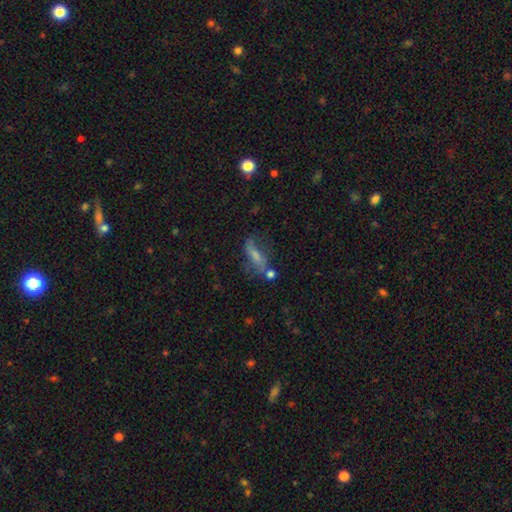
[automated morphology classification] This is marginally a featured or disk galaxy (45%). Merging: possibly none (48%).